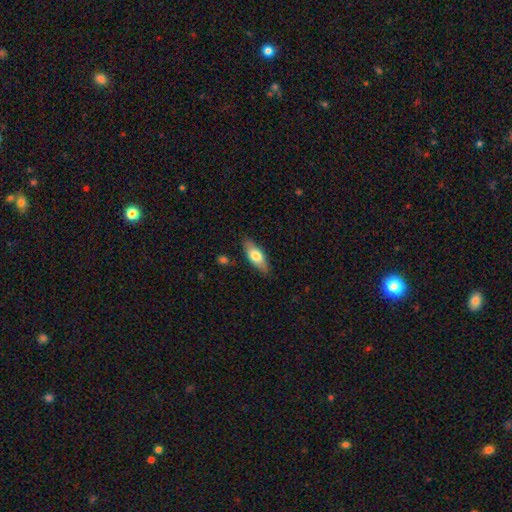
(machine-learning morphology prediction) smooth_or_featured: smooth (p=0.69) [alt: featured or disk p=0.26]
how_rounded: in between (p=0.70) [alt: cigar-shaped p=0.27]
merging: none (p=0.85) [alt: minor disturbance p=0.11]